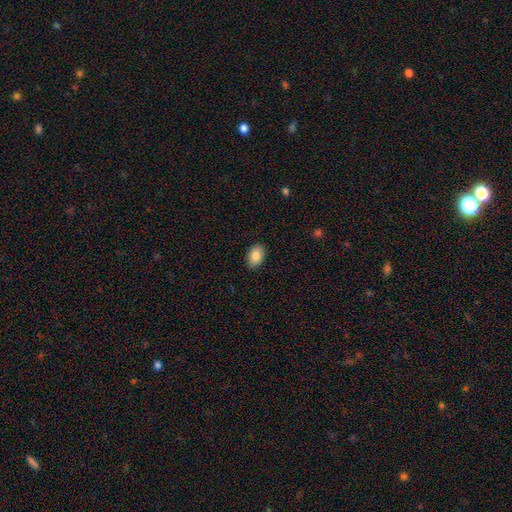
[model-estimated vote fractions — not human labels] smooth-or-featured: smooth: 85% | featured or disk: 8% | star or artifact: 7%
  how-rounded: in between: 89% | round: 10% | cigar-shaped: 1%
  merging: none: 89% | minor disturbance: 8% | major disturbance: 2% | merger: 1%